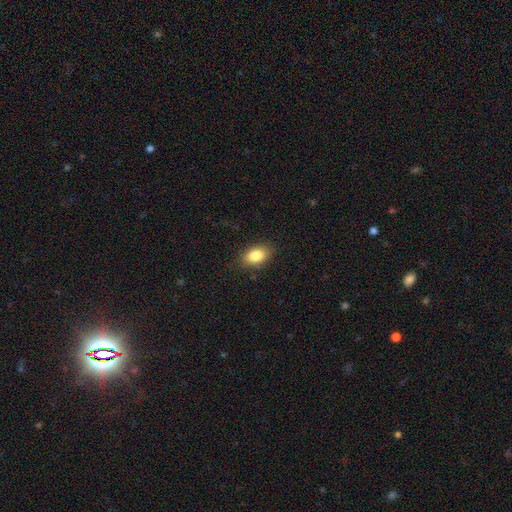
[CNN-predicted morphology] This appears to be a smooth galaxy with no disk features (85%) that is in between round and cigar-shaped (88%). Merging: none (84%).